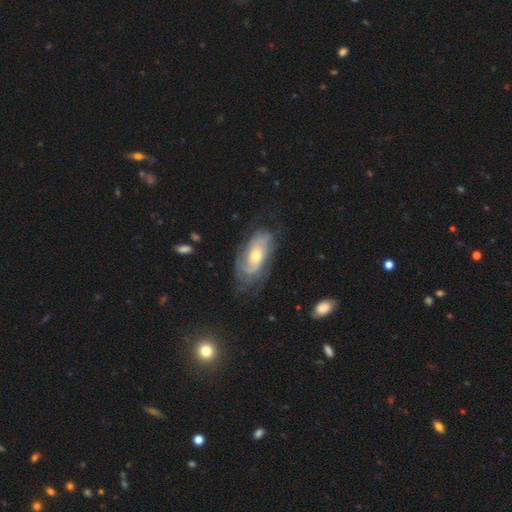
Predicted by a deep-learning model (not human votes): smooth-or-featured: featured or disk: 73% | smooth: 20% | star or artifact: 6%
  disk-edge-on: no: 92% | yes: 8%
    bar: no: 67% | weak: 26% | strong: 6%
    has-spiral-arms: yes: 89% | no: 11%
      spiral-winding: tight: 49% | medium: 35% | loose: 15%
      spiral-arm-count: 2: 41% | can't tell: 38% | 3: 10% | 1: 5% | 4: 3% | more than 4: 3%
    bulge-size: moderate: 55% | small: 39% | large: 4% | none: 1% | dominant: 1%
  merging: none: 65% | minor disturbance: 22% | major disturbance: 11% | merger: 2%